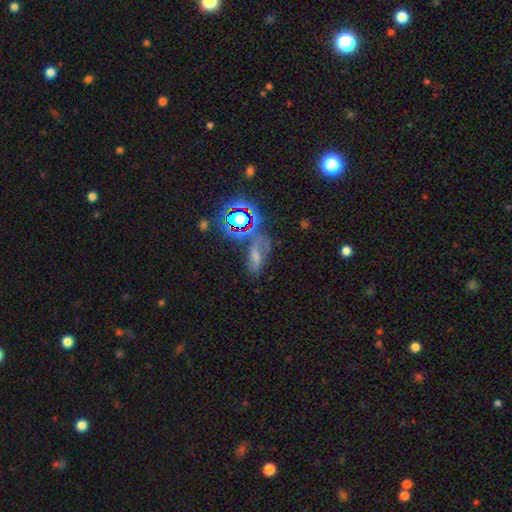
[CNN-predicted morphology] The model was most divided on "smooth or featured": star or artifact: 44%, smooth: 29%, featured or disk: 28%.